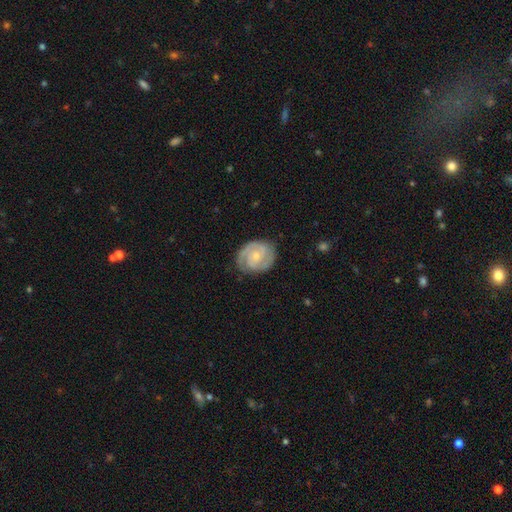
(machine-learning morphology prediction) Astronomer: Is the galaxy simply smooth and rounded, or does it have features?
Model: featured or disk — 85%.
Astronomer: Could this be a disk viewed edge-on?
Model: no — 98%.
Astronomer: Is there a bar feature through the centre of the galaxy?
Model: no — 59%.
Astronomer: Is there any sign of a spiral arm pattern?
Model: yes — 97%.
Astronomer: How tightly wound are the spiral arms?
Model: tight — 58% (runner-up: medium, 36%).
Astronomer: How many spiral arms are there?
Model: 2 — 74%.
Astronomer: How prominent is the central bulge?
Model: small — 67%.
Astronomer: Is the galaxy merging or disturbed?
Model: none — 80%.